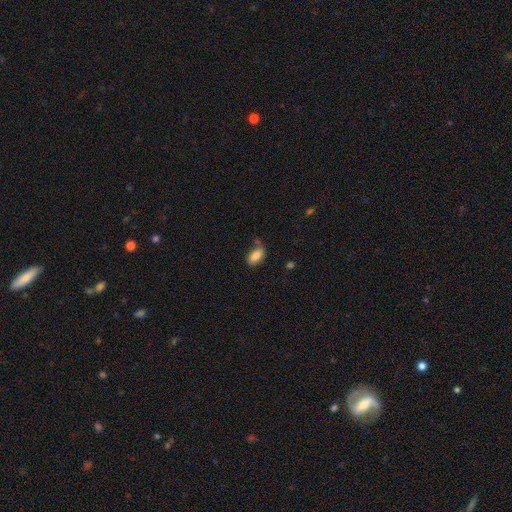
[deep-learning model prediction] smooth_or_featured: smooth (p=0.82) [alt: featured or disk p=0.10]
how_rounded: in between (p=0.90) [alt: round p=0.06]
merging: none (p=0.57) [alt: minor disturbance p=0.24]